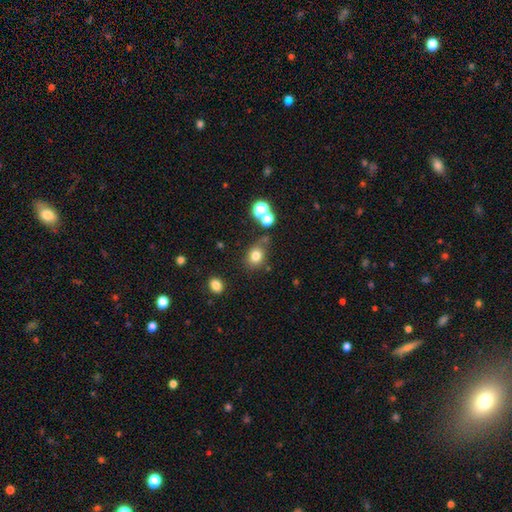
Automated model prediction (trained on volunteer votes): Morphology: type=smooth (77%); roundness=round (59%); merging=none (64%).